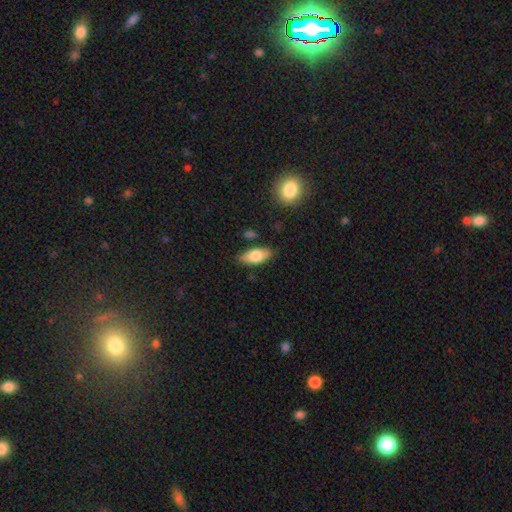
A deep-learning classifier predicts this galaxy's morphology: Overall: smooth (74%). How rounded: in between (85%). Merging: none (79%).